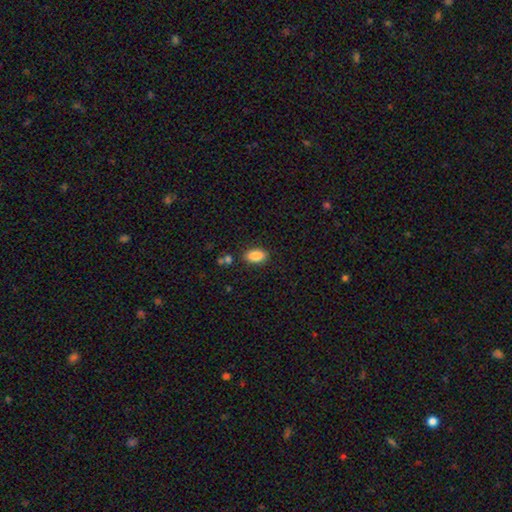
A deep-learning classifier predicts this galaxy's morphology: Q: Smooth or featured?
A: smooth (88%); runner-up: star or artifact (8%)
Q: How rounded?
A: in between (92%); runner-up: round (6%)
Q: Merging?
A: none (84%); runner-up: minor disturbance (10%)